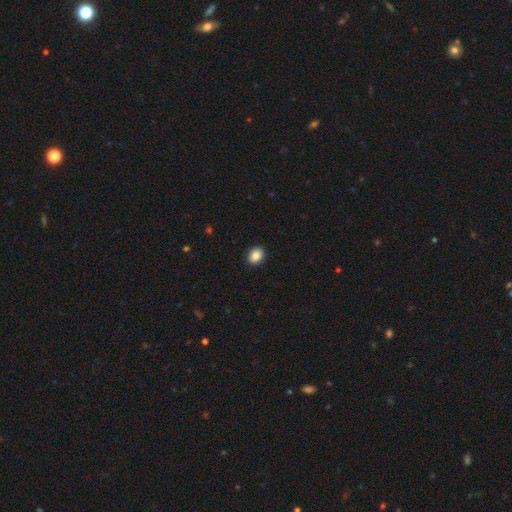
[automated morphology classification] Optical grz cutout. It shows a smooth galaxy with no disk features (87%) that is round (52%). Merging: none (92%).